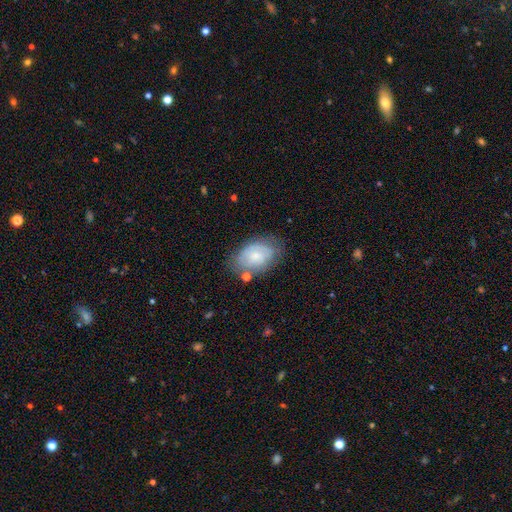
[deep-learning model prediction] Smooth or featured? Predicted: smooth (p=0.49). Merging? Predicted: none (p=0.65).